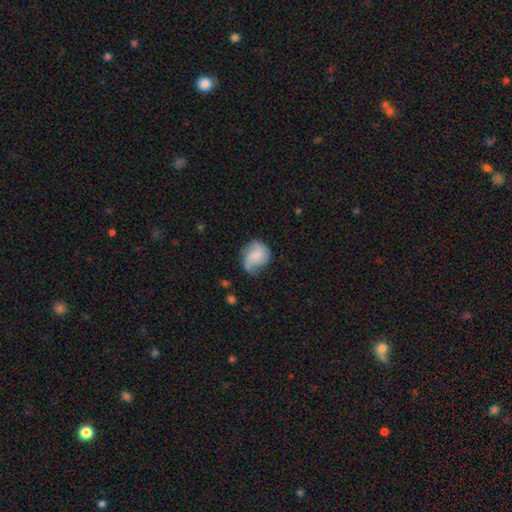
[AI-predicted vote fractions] A featured or disk galaxy (49%).

Vote fractions:
- Smooth or featured? featured or disk: 49% / smooth: 43% / star or artifact: 8%
- Merging? none: 49% / minor disturbance: 32% / major disturbance: 17% / merger: 2%